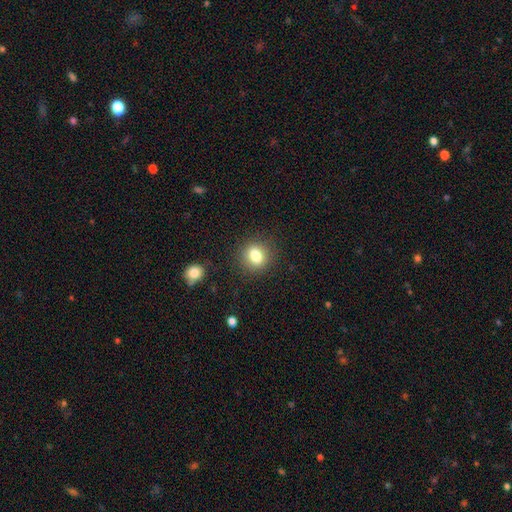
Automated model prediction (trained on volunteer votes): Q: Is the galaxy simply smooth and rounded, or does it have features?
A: smooth — 82%.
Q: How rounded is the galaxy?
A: round — 65%.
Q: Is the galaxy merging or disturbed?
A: none — 87%.